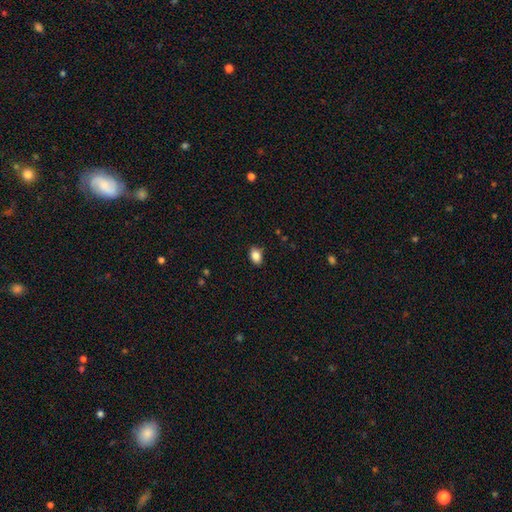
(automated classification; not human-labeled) Smooth or featured: smooth — 86% (star or artifact — 9%)
How rounded: in between — 80% (round — 18%)
Merging: none — 86% (minor disturbance — 11%)